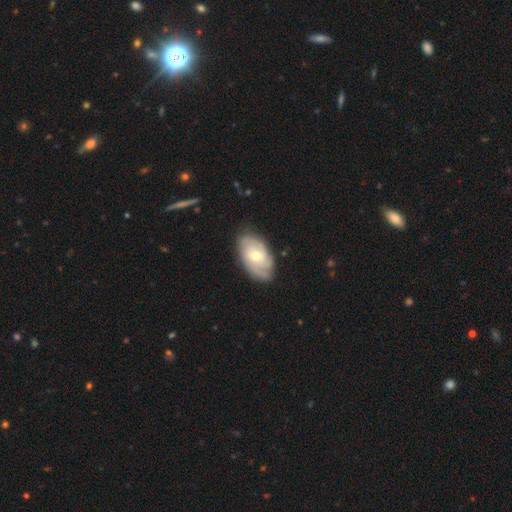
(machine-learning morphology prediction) This appears to be a featured or disk galaxy (68%) with no bar (73%), tight (63%) spiral arms (86%) and a moderate central bulge (57%). Merging: none (76%).